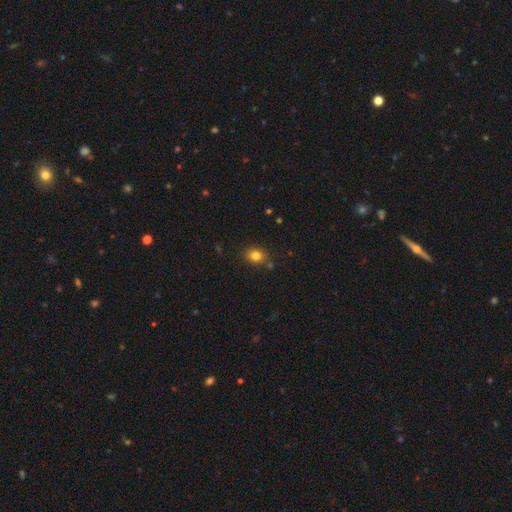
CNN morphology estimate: This is clearly a smooth galaxy (81%). How rounded: likely round (65%). Merging: clearly none (82%).